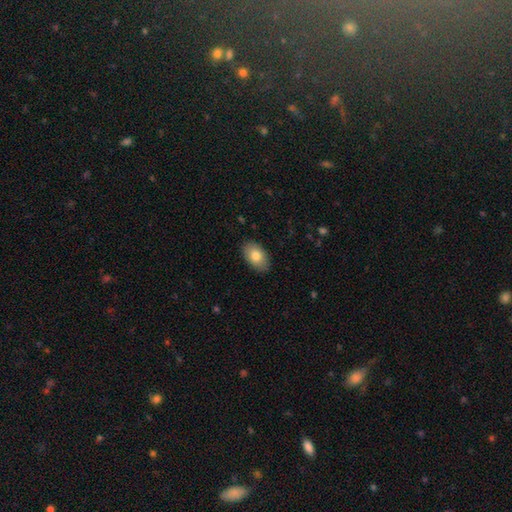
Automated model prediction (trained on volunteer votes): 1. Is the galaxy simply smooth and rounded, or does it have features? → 80% smooth, 13% featured or disk, 7% star or artifact.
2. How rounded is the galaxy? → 91% in between, 8% round, 1% cigar-shaped.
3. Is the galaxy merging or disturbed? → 87% none, 10% minor disturbance, 2% major disturbance, 1% merger.